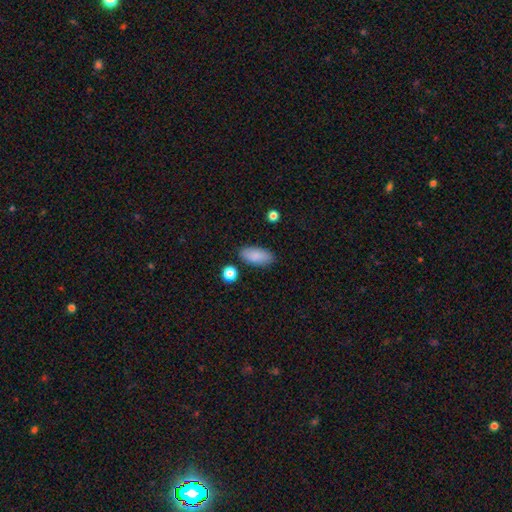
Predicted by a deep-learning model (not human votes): smooth_or_featured: smooth (p=0.87) [alt: star or artifact p=0.07]
how_rounded: in between (p=0.91) [alt: cigar-shaped p=0.07]
merging: none (p=0.84) [alt: minor disturbance p=0.11]